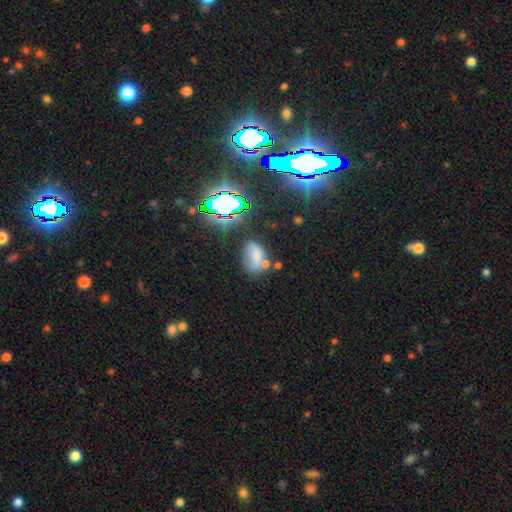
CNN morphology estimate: Q: Smooth or featured?
A: smooth (63%); runner-up: star or artifact (22%)
Q: How rounded?
A: in between (86%); runner-up: round (12%)
Q: Merging?
A: none (50%); runner-up: minor disturbance (24%)